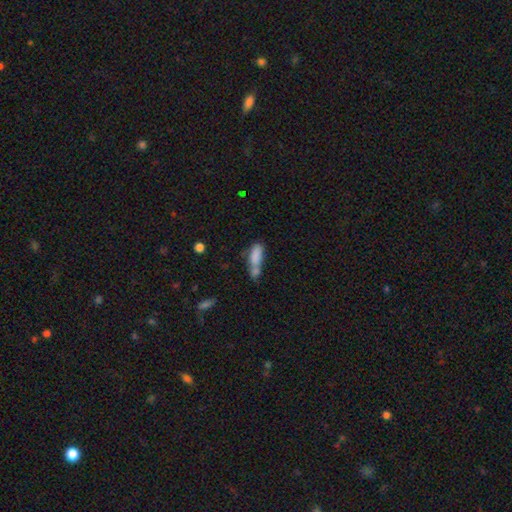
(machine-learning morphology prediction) Smooth or featured: smooth — 80% (featured or disk — 11%)
How rounded: in between — 68% (cigar-shaped — 28%)
Merging: merger — 53% (none — 26%)